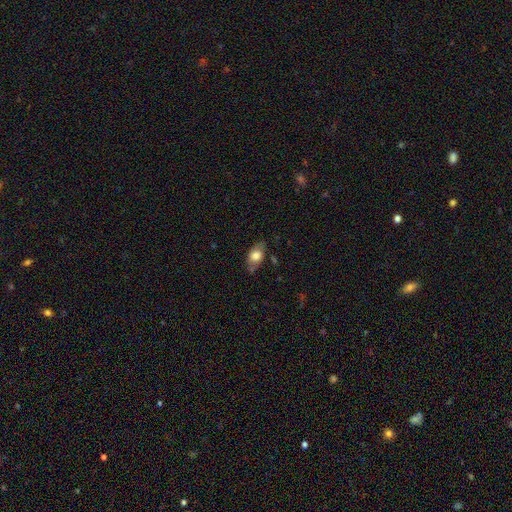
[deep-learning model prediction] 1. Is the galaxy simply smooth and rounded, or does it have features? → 71% smooth, 21% featured or disk, 7% star or artifact.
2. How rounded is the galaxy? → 85% in between, 11% round, 4% cigar-shaped.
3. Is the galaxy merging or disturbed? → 68% none, 24% minor disturbance, 6% major disturbance, 2% merger.